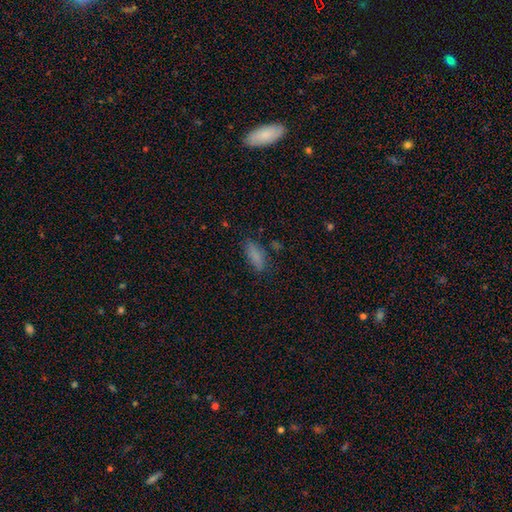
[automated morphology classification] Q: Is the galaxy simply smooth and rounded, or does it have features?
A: smooth — 83%.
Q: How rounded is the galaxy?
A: in between — 65%.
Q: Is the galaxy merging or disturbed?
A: none — 76%.